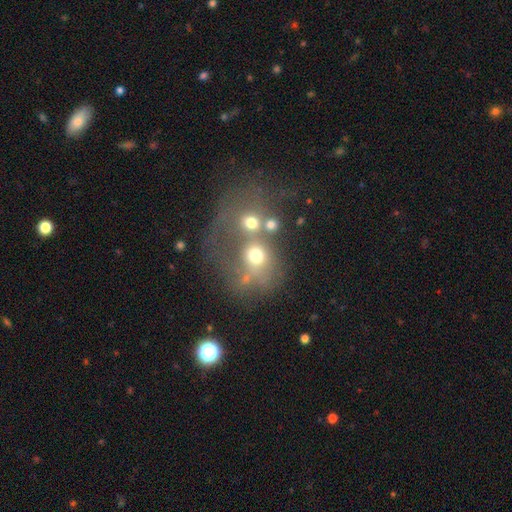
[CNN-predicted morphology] This appears to be a smooth galaxy with no disk features (57%) that is round (64%). Merging: merger (54%).